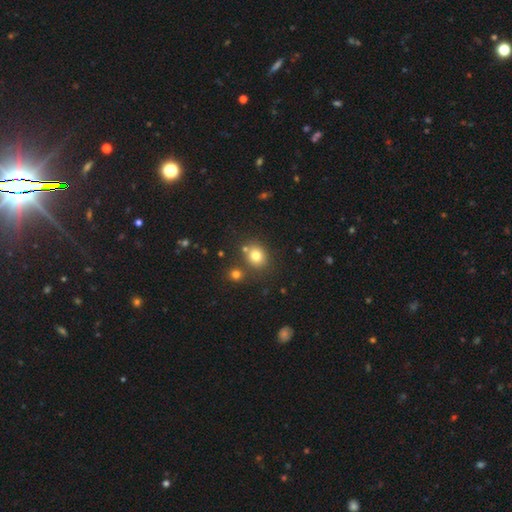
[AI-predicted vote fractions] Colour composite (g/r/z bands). It shows a smooth galaxy with no disk features (78%) that is round (66%). Merging: none (70%).